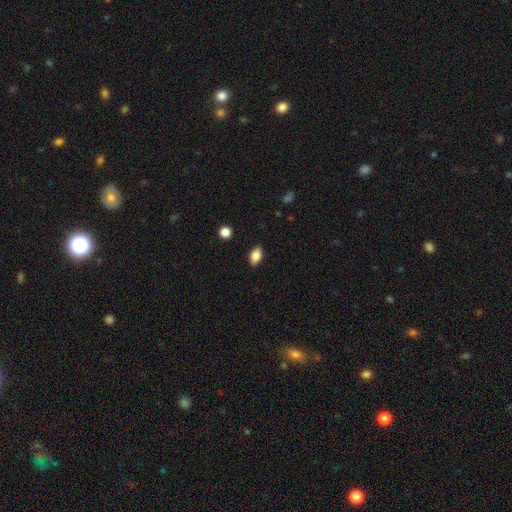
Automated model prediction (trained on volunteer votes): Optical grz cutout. It shows a smooth galaxy with no disk features (86%) that is in between round and cigar-shaped (90%). Merging: none (88%).